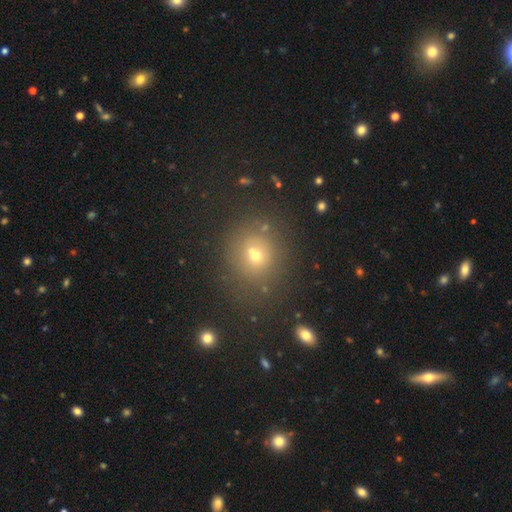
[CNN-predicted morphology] This appears to be a smooth galaxy with no disk features (61%) that is round (80%). Merging: none (78%).